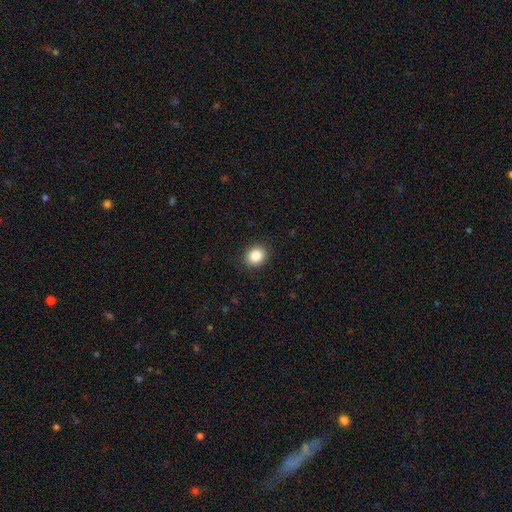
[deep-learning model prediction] This is clearly a smooth galaxy (86%). How rounded: likely round (69%). Merging: clearly none (90%).